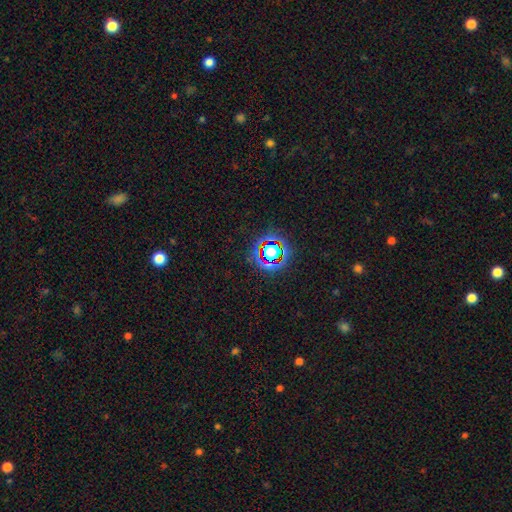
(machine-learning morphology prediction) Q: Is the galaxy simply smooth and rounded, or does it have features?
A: star or artifact — 80%.